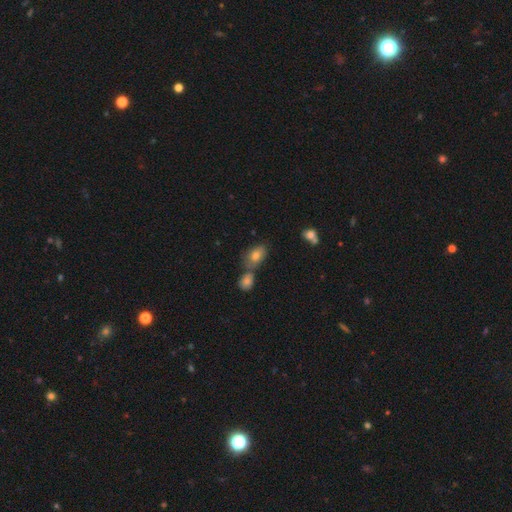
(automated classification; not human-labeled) Morphology: type=smooth (75%); roundness=in between (84%); merging=none (48%).